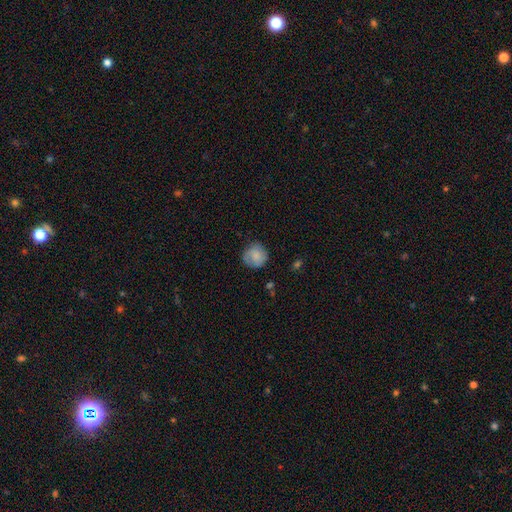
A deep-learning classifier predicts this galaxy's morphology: Smooth or featured?
  - smooth: 77% *
  - featured or disk: 16%
  - star or artifact: 7%
How rounded?
  - round: 90% *
  - in between: 9%
  - cigar-shaped: 1%
Merging?
  - none: 76% *
  - minor disturbance: 18%
  - major disturbance: 5%
  - merger: 1%